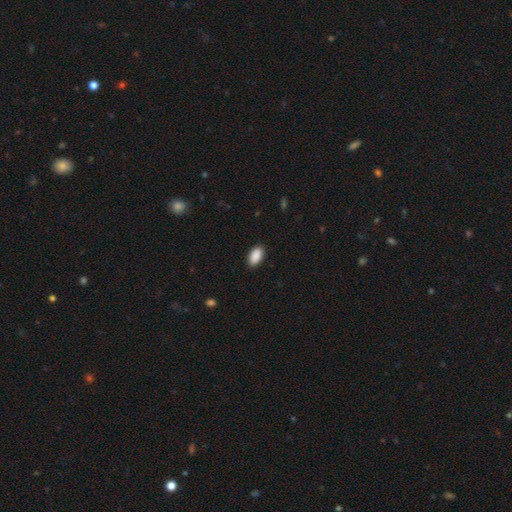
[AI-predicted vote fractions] This appears to be a smooth galaxy with no disk features (91%) that is in between round and cigar-shaped (94%). Merging: none (88%).